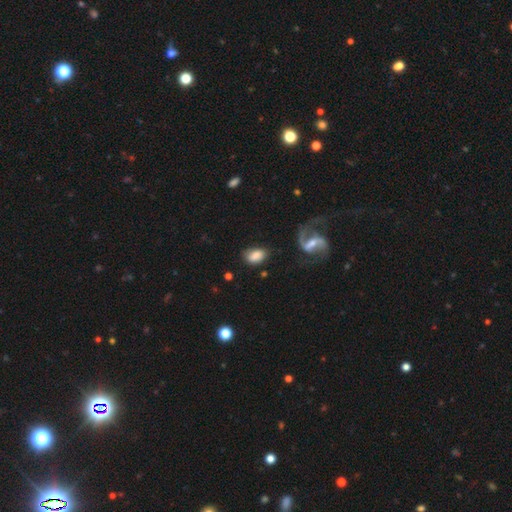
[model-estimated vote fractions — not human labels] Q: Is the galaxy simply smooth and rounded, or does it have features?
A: smooth — 72%.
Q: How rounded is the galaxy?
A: in between — 87%.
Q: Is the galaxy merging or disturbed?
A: none — 64%.